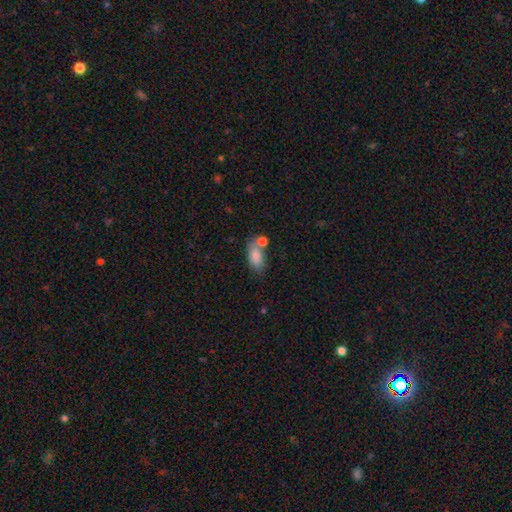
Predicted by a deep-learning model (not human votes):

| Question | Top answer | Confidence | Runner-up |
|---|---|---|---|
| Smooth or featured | smooth | 84% | featured or disk (8%) |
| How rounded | in between | 90% | round (5%) |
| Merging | none | 53% | merger (25%) |